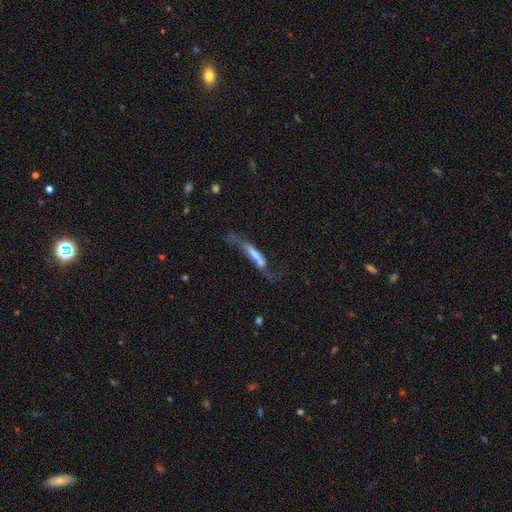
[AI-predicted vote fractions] This appears to be a featured or disk galaxy (51%) viewed edge-on (52%). Merging: major disturbance (41%).